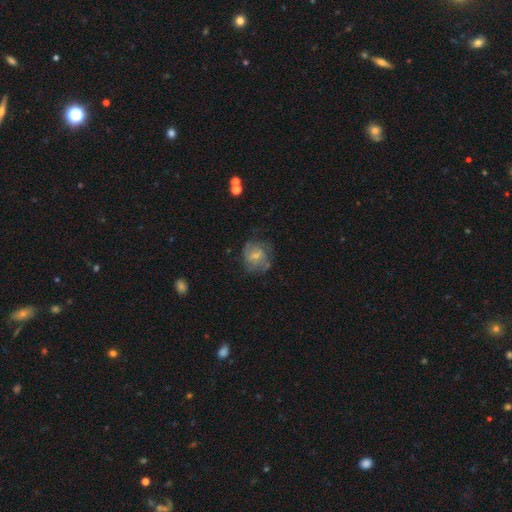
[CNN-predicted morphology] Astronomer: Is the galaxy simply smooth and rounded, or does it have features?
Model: featured or disk — 51% (runner-up: smooth, 41%).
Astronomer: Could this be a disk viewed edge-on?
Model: no — 97%.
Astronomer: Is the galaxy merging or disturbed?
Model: none — 54%.